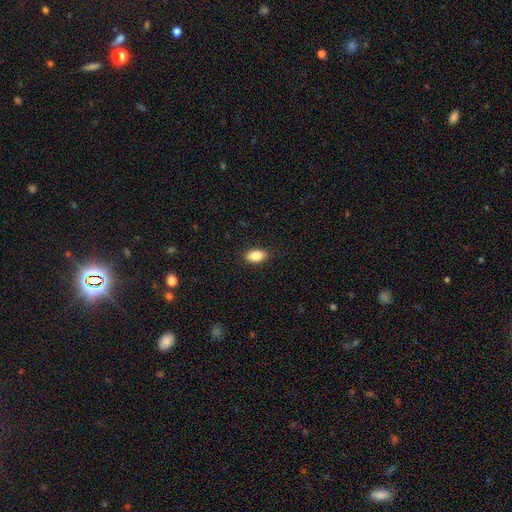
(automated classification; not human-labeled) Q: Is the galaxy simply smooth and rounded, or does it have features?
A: smooth — 84%.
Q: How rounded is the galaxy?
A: in between — 90%.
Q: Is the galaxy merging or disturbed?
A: none — 89%.